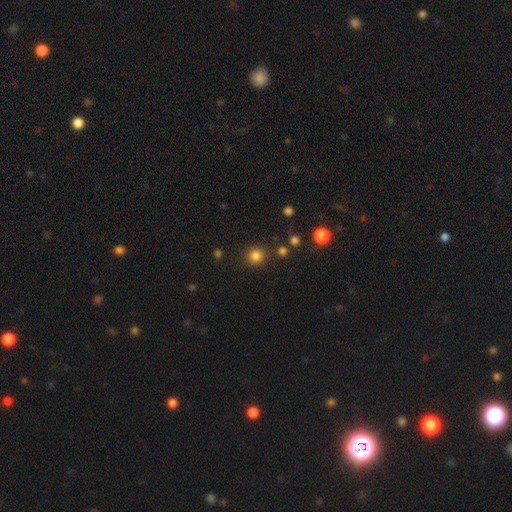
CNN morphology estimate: Smooth or featured? Predicted: smooth (p=0.82). How rounded? Predicted: round (p=0.88). Merging? Predicted: none (p=0.85).